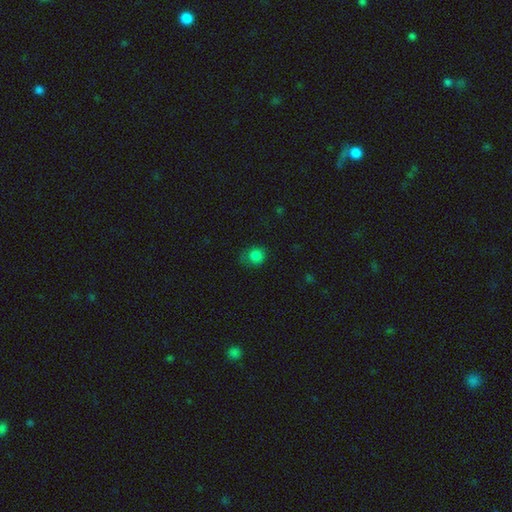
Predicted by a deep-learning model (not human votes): This is clearly a smooth galaxy (83%). How rounded: clearly round (80%). Merging: likely none (65%).